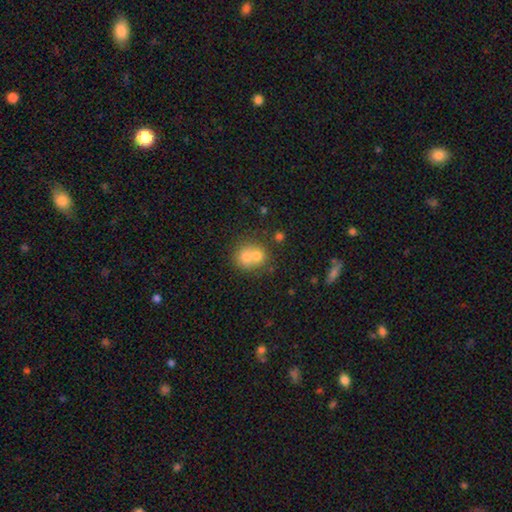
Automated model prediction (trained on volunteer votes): smooth 69%, featured or disk 21%, star or artifact 11%. Down the decision tree: how rounded — round (77%); merging — merger (63%).